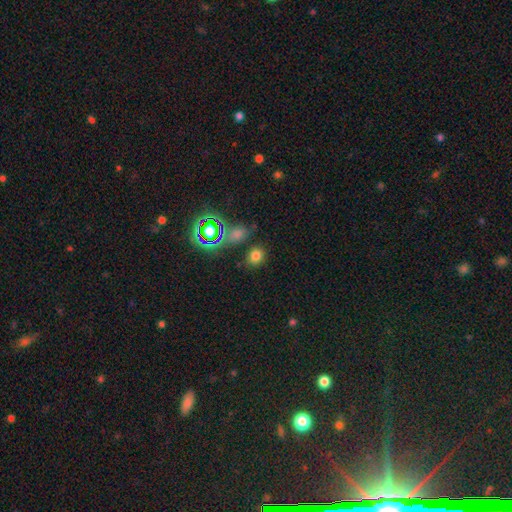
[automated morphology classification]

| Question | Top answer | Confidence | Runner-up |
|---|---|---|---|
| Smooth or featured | smooth | 72% | star or artifact (22%) |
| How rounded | round | 57% | in between (41%) |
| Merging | none | 80% | minor disturbance (10%) |